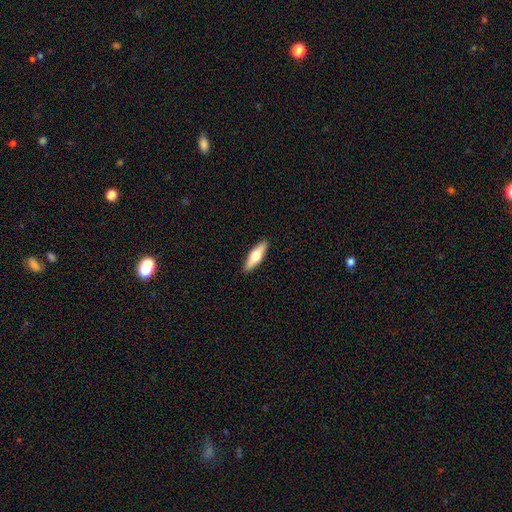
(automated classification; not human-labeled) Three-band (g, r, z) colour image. It shows a smooth galaxy with no disk features (54%) that is cigar-shaped (52%). Merging: none (90%).